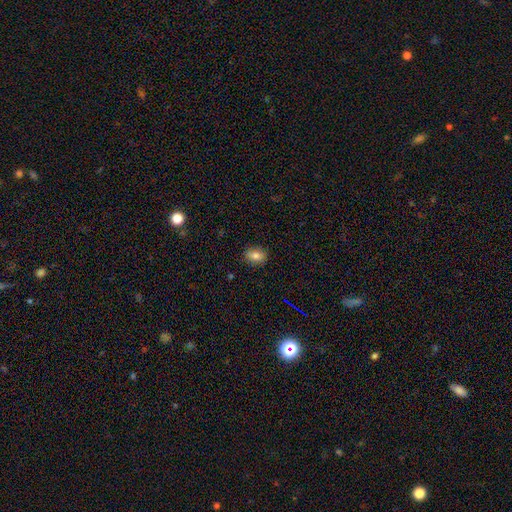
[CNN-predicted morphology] A smooth galaxy with no disk features (78%) that is in between round and cigar-shaped (64%).

Vote fractions:
- Smooth or featured? smooth: 78% / featured or disk: 12% / star or artifact: 11%
- How rounded? in between: 64% / round: 35% / cigar-shaped: 2%
- Merging? none: 86% / minor disturbance: 10% / major disturbance: 2% / merger: 1%